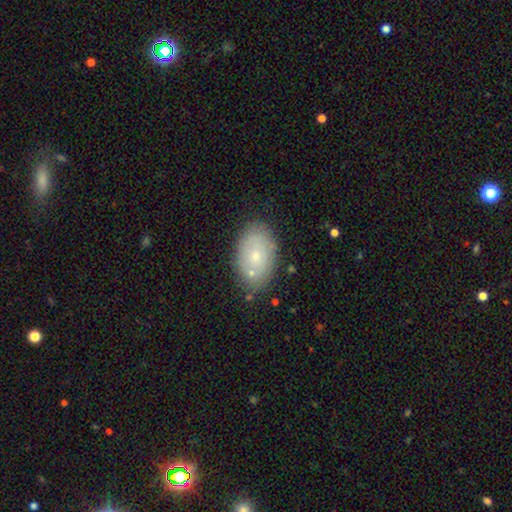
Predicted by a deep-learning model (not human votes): The model was most divided on "smooth or featured": smooth: 64%, featured or disk: 28%, star or artifact: 7%. More confident: how rounded — in between (91%); merging — none (75%).